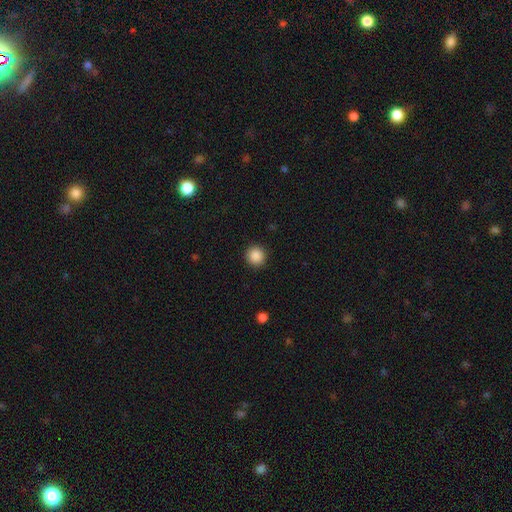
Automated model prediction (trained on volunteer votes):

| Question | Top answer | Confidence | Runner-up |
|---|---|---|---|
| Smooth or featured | smooth | 88% | star or artifact (9%) |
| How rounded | round | 95% | in between (4%) |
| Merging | none | 92% | minor disturbance (5%) |